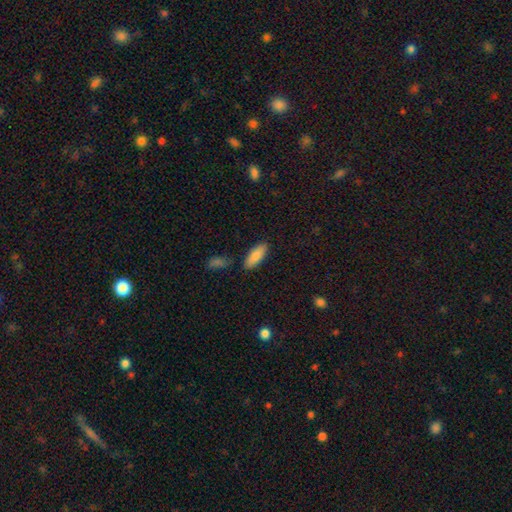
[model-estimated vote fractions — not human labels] Q: Smooth or featured?
A: smooth (85%); runner-up: featured or disk (8%)
Q: How rounded?
A: in between (75%); runner-up: cigar-shaped (23%)
Q: Merging?
A: none (84%); runner-up: minor disturbance (10%)